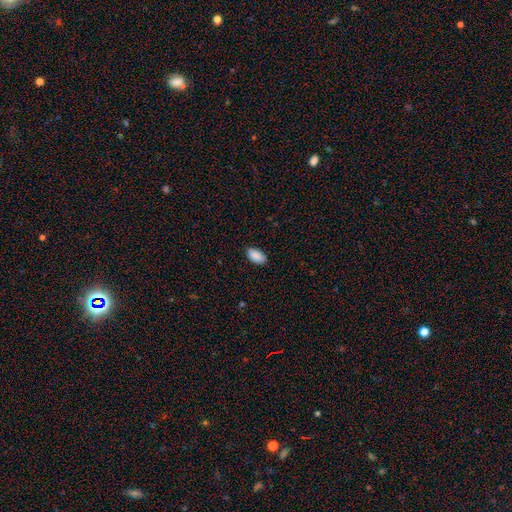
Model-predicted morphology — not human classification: Smooth or featured? Predicted: smooth (p=0.90). How rounded? Predicted: in between (p=0.94). Merging? Predicted: none (p=0.84).